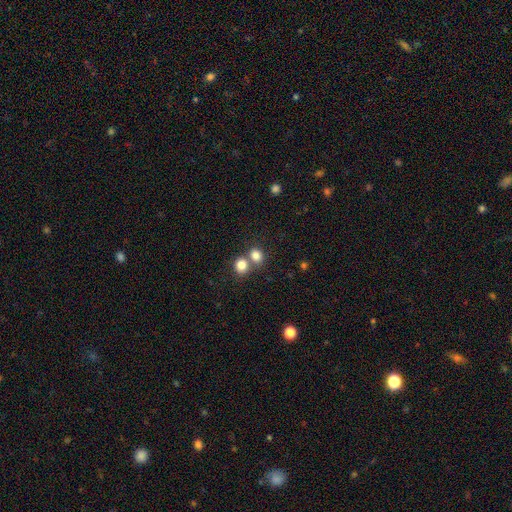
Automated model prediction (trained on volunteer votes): Smooth or featured: smooth — 82% (star or artifact — 11%)
How rounded: round — 62% (in between — 37%)
Merging: none — 45% (merger — 44%)